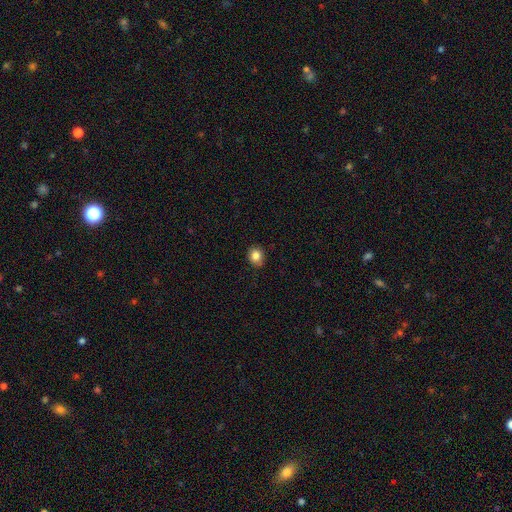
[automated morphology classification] Overall: smooth (84%). How rounded: round (73%). Merging: none (86%).